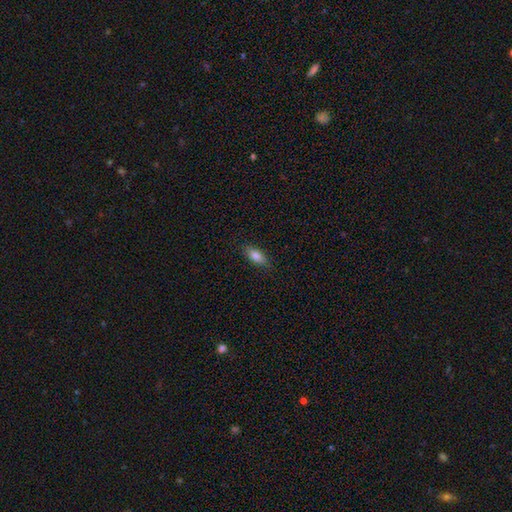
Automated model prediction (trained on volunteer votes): Smooth or featured? Predicted: smooth (p=0.82). How rounded? Predicted: in between (p=0.83). Merging? Predicted: none (p=0.86).